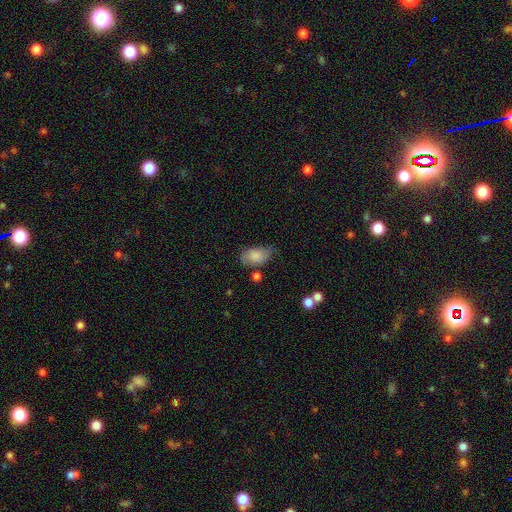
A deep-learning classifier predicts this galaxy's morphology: A smooth galaxy with no disk features (79%) that is in between round and cigar-shaped (91%). Merging: none (57%).